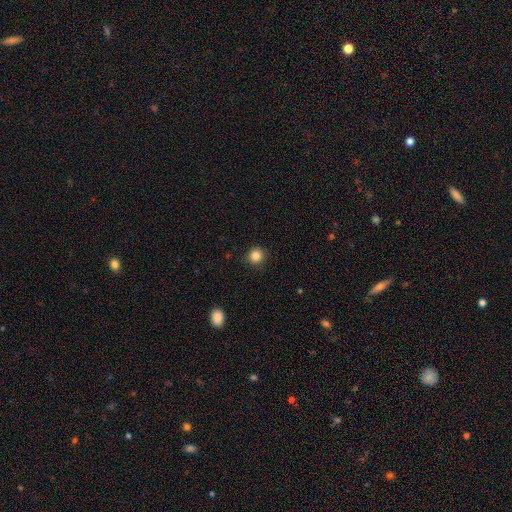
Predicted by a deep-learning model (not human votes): Morphology: type=smooth (85%); roundness=round (91%); merging=none (91%).